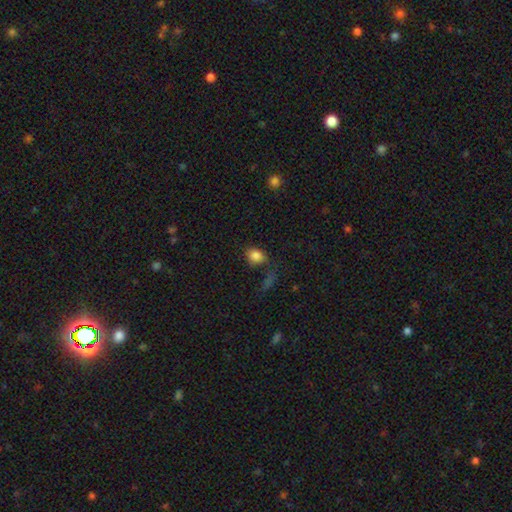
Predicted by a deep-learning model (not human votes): smooth_or_featured: smooth (p=0.83) [alt: star or artifact p=0.11]
how_rounded: in between (p=0.62) [alt: round p=0.36]
merging: none (p=0.58) [alt: minor disturbance p=0.19]